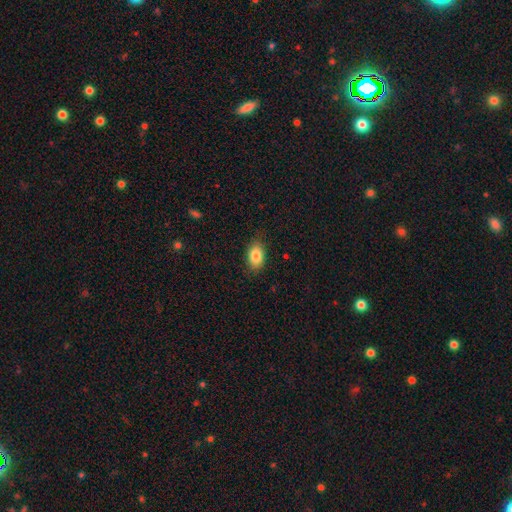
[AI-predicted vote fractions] Smooth or featured: smooth — 84% (featured or disk — 8%)
How rounded: in between — 88% (round — 11%)
Merging: none — 84% (minor disturbance — 13%)